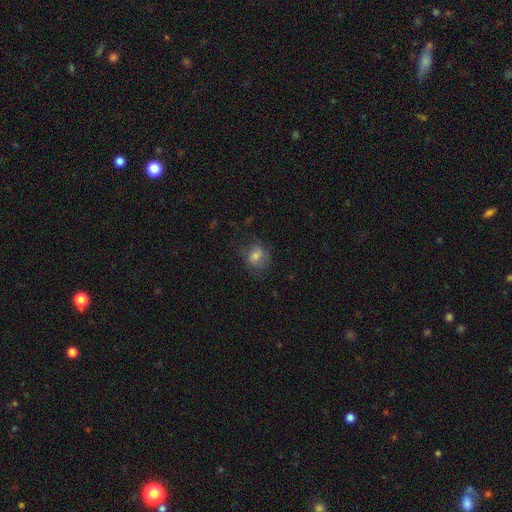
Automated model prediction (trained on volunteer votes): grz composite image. It shows a smooth galaxy with no disk features (68%) that is round (64%). Merging: none (68%).